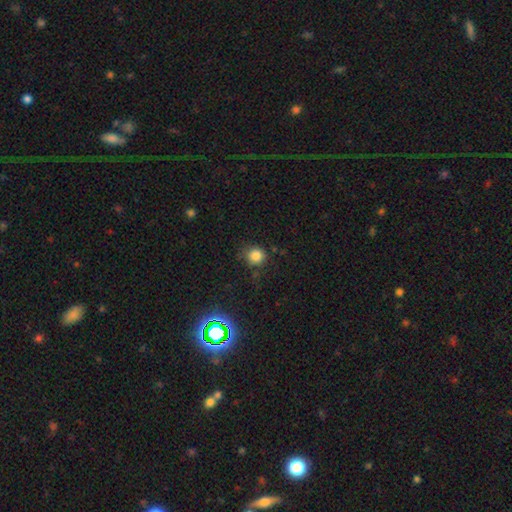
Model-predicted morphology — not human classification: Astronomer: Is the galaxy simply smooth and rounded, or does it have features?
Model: smooth — 81%.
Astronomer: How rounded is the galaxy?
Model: round — 87%.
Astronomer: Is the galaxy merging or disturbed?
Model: none — 73%.